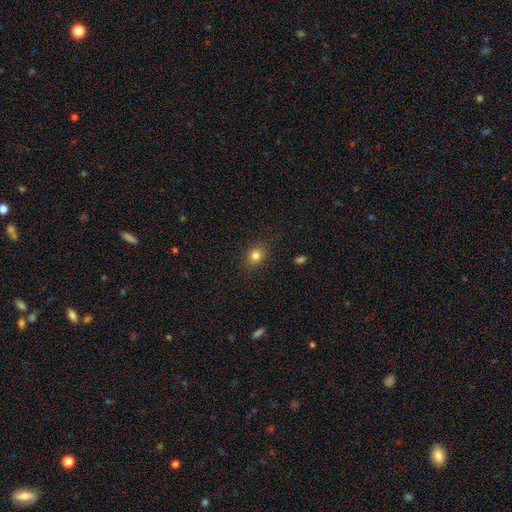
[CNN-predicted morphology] A smooth galaxy with no disk features (81%) that is round (57%). Merging: none (86%).